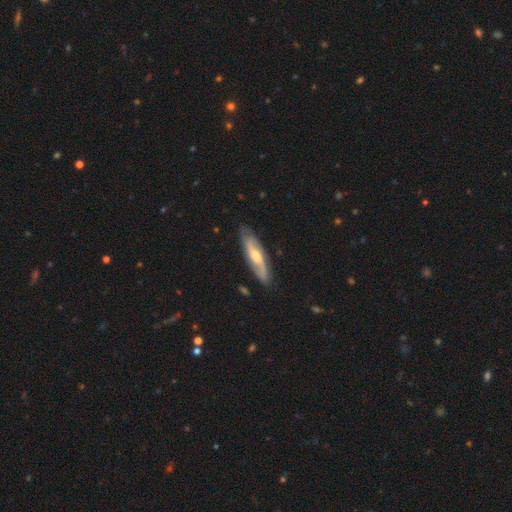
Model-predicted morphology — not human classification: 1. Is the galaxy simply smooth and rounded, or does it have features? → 67% featured or disk, 28% smooth, 5% star or artifact.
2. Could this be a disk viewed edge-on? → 65% no, 35% yes.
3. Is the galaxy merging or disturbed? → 83% none, 13% minor disturbance, 3% major disturbance, 1% merger.